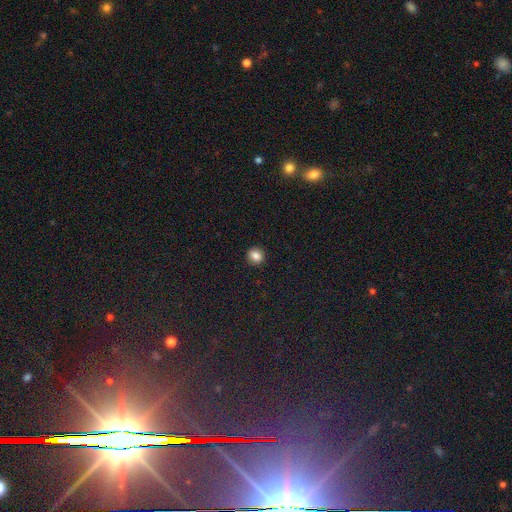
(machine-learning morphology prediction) Q: Smooth or featured?
A: smooth (85%); runner-up: star or artifact (10%)
Q: How rounded?
A: round (87%); runner-up: in between (12%)
Q: Merging?
A: none (92%); runner-up: minor disturbance (5%)